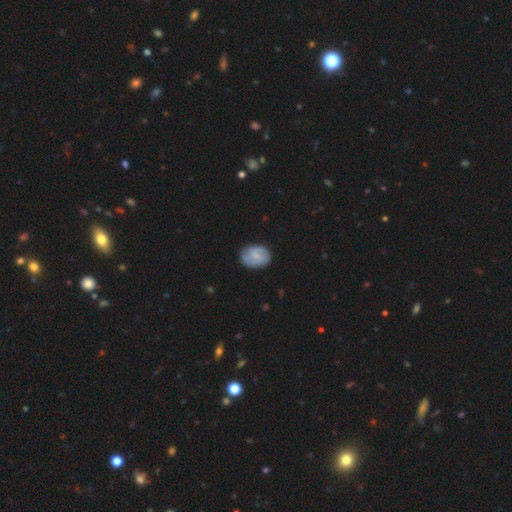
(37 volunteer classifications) Smooth or featured?
  - featured or disk: 70% *
  - smooth: 24%
  - star or artifact: 5%
Edge-on disk?
  - no: 100% *
  - yes: 0%
Bar?
  - weak: 46% *
  - no: 31%
  - strong: 23%
Spiral arms?
  - yes: 92% *
  - no: 8%
Spiral winding?
  - medium: 46% *
  - tight: 38%
  - loose: 17%
Spiral arm count?
  - 2: 75% *
  - can't tell: 17%
  - 1: 4%
  - 3: 4%
  - 4: 0%
  - more than 4: 0%
Bulge size?
  - small: 62% *
  - none: 27%
  - moderate: 8%
  - large: 4%
  - dominant: 0%
Merging?
  - none: 83% *
  - minor disturbance: 14%
  - major disturbance: 3%
  - merger: 0%